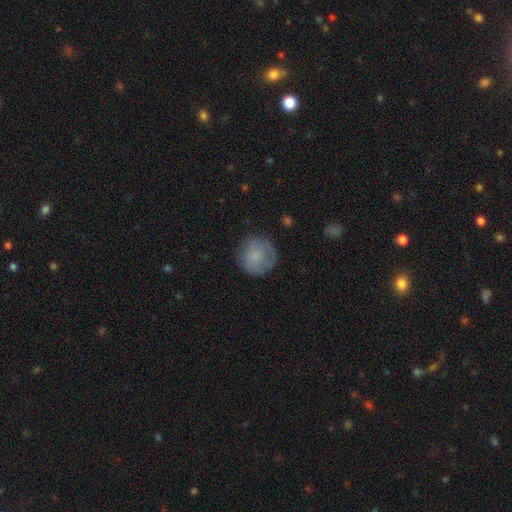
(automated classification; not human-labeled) smooth 76%, featured or disk 16%, star or artifact 8%. Down the decision tree: how rounded — round (92%); merging — none (73%).